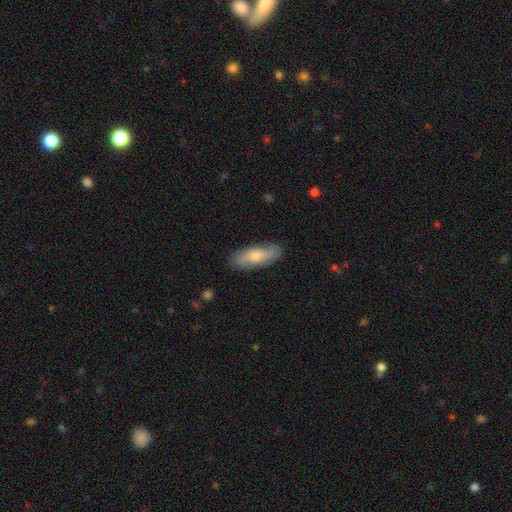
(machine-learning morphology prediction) A smooth galaxy with no disk features (58%) that is in between round and cigar-shaped (65%).

Vote fractions:
- Smooth or featured? smooth: 58% / featured or disk: 36% / star or artifact: 6%
- How rounded? in between: 65% / cigar-shaped: 33% / round: 3%
- Merging? none: 85% / minor disturbance: 12% / major disturbance: 2% / merger: 1%